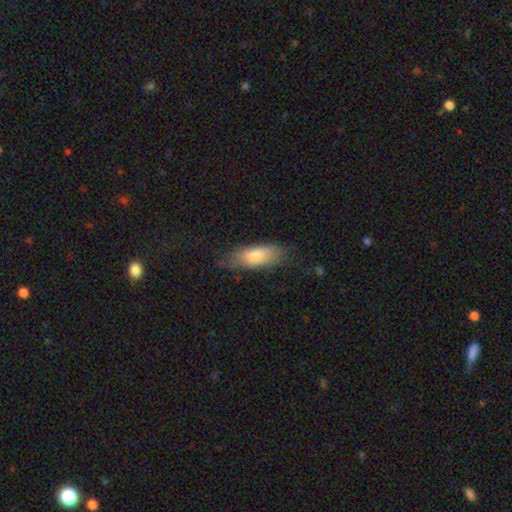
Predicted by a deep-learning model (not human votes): This is likely a smooth galaxy (75%). How rounded: likely in between (73%). Merging: likely none (64%).